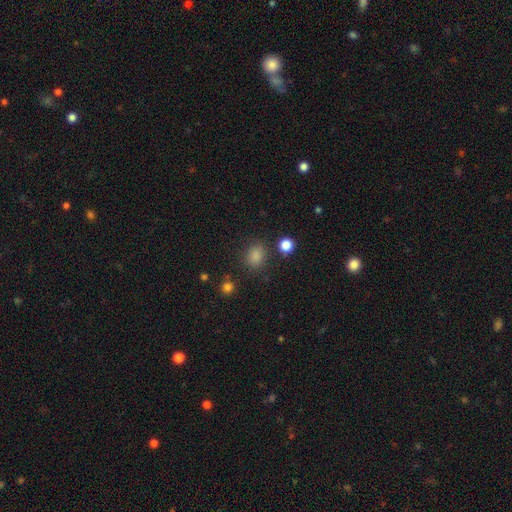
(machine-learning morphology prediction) Overall: smooth (83%). How rounded: round (54%; in between 45%). Merging: none (82%).